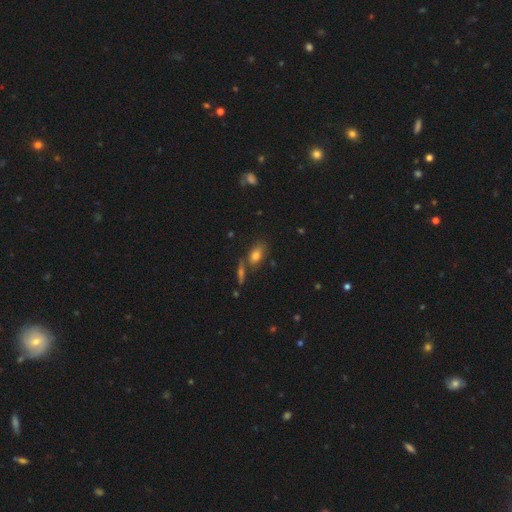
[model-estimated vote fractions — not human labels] Smooth or featured? smooth (73%)
How rounded? in between (84%)
Merging? none (60%)